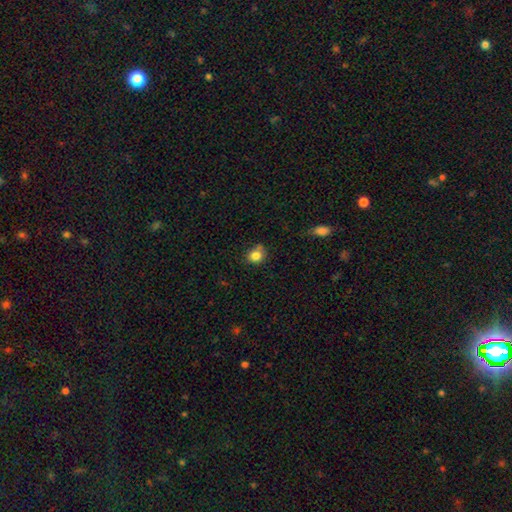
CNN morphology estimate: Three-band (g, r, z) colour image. It shows a smooth galaxy with no disk features (83%) that is round (76%). Merging: none (62%).